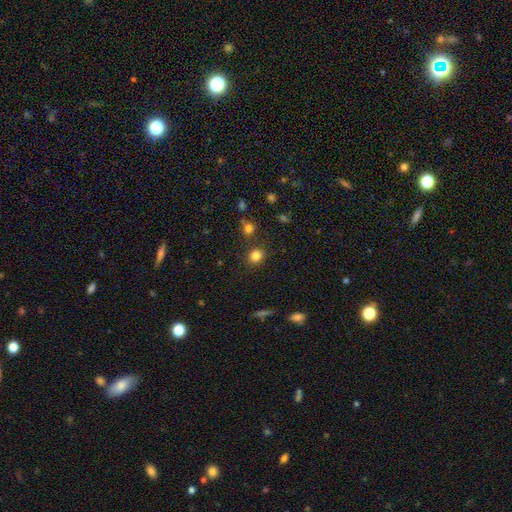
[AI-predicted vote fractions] This is clearly a smooth galaxy (81%). How rounded: clearly round (83%). Merging: clearly none (85%).